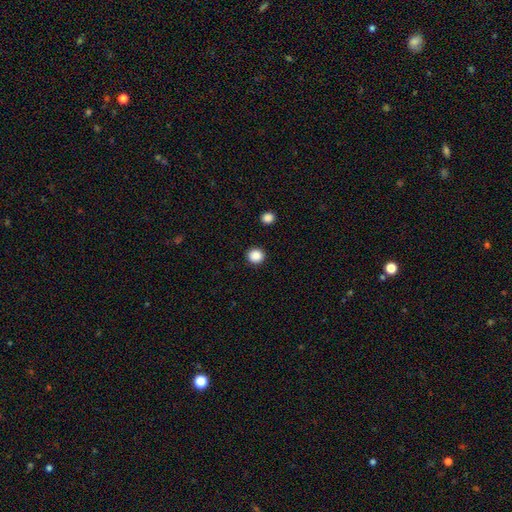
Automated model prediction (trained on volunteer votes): smooth-or-featured: smooth: 88% | star or artifact: 10% | featured or disk: 2%
  how-rounded: round: 90% | in between: 9% | cigar-shaped: 1%
  merging: none: 92% | minor disturbance: 5% | major disturbance: 2% | merger: 1%